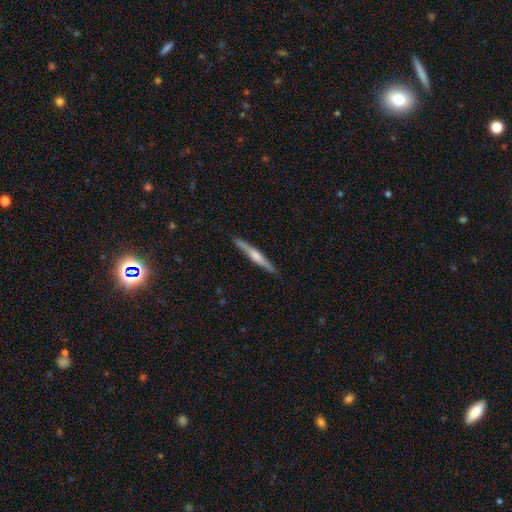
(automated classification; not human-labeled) smooth_or_featured: featured or disk (p=0.63) [alt: smooth p=0.32]
disk_edge_on: yes (p=0.98) [alt: no p=0.02]
edge_on_bulge: rounded (p=0.75) [alt: none p=0.13]
merging: none (p=0.91) [alt: minor disturbance p=0.07]